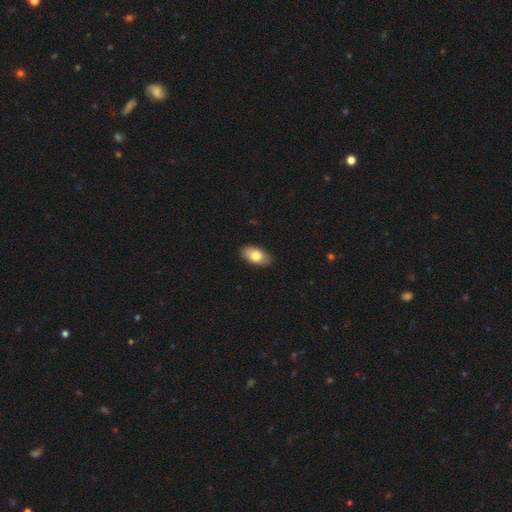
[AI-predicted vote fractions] Q: Smooth or featured?
A: smooth (78%); runner-up: featured or disk (16%)
Q: How rounded?
A: in between (93%); runner-up: round (4%)
Q: Merging?
A: none (89%); runner-up: minor disturbance (8%)